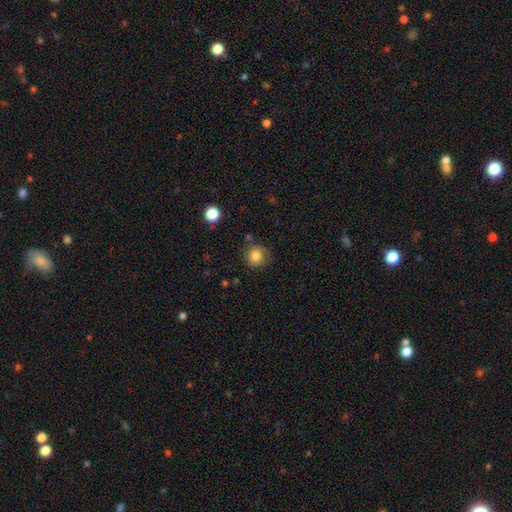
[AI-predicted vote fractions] Smooth or featured? Predicted: smooth (p=0.83). How rounded? Predicted: round (p=0.89). Merging? Predicted: none (p=0.81).